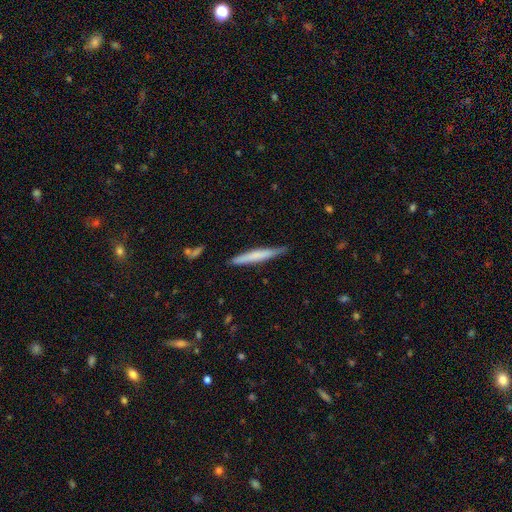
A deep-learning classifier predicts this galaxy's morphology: Smooth or featured? smooth (61%)
How rounded? cigar-shaped (96%)
Merging? none (83%)